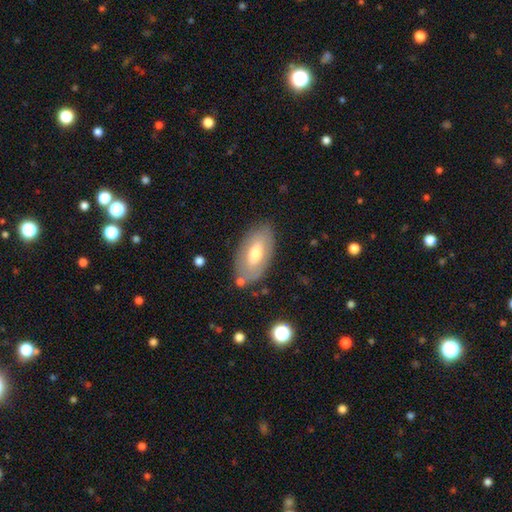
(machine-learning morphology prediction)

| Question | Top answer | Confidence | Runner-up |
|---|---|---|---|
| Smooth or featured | smooth | 58% | featured or disk (36%) |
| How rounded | in between | 92% | cigar-shaped (5%) |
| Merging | none | 79% | minor disturbance (14%) |